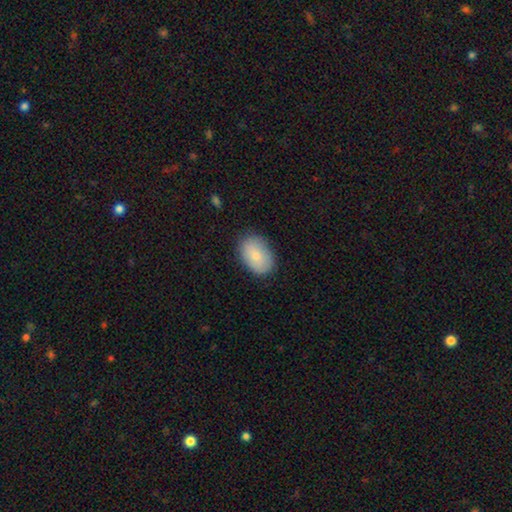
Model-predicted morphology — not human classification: A smooth galaxy with no disk features (81%) that is in between round and cigar-shaped (86%).

Vote fractions:
- Smooth or featured? smooth: 81% / featured or disk: 12% / star or artifact: 7%
- How rounded? in between: 86% / round: 12% / cigar-shaped: 1%
- Merging? none: 83% / minor disturbance: 13% / major disturbance: 3% / merger: 1%